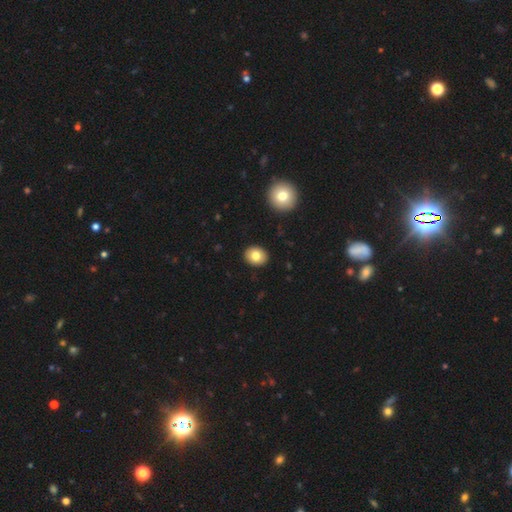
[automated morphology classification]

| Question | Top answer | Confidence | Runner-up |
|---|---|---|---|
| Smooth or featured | smooth | 79% | featured or disk (12%) |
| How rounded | round | 52% | in between (47%) |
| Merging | none | 91% | minor disturbance (6%) |